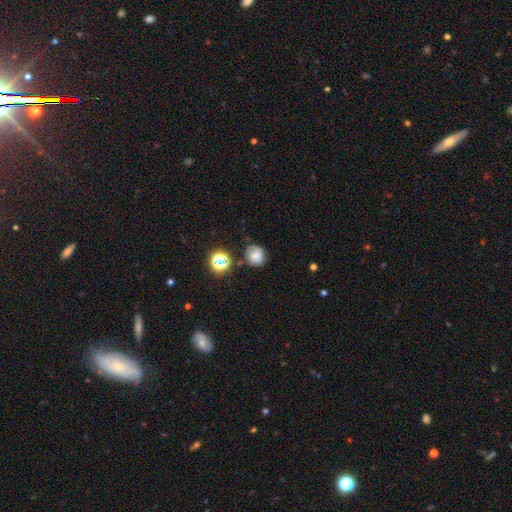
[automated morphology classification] Smooth or featured? smooth (62%)
How rounded? round (79%)
Merging? none (65%)